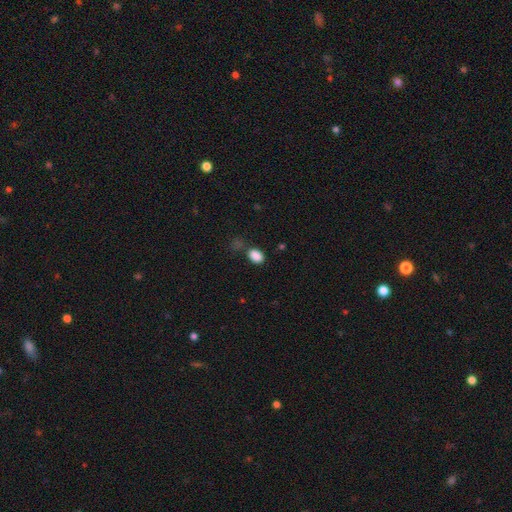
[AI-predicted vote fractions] Morphology: type=smooth (86%); roundness=in between (84%); merging=none (64%).